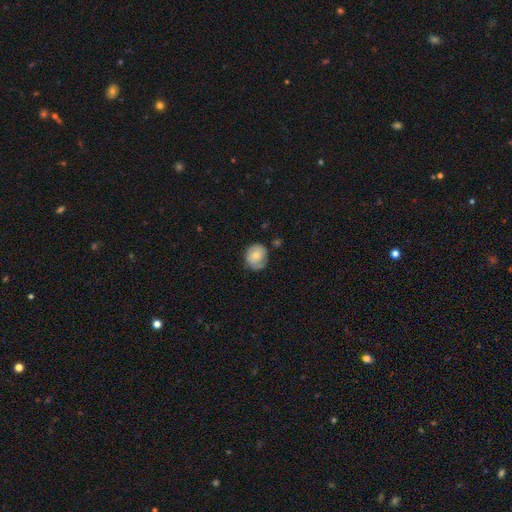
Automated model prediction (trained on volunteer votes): Morphology: type=smooth (58%); roundness=round (77%); merging=none (65%).